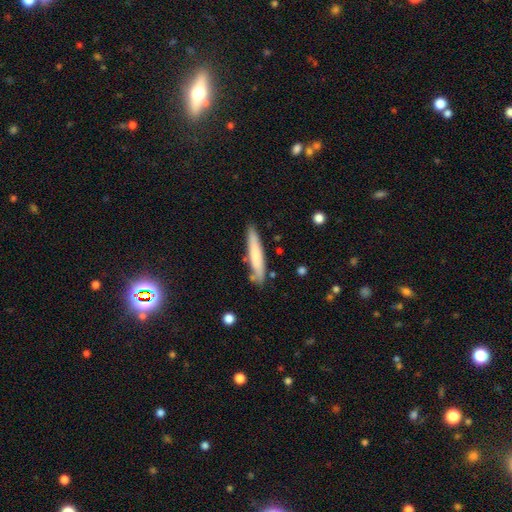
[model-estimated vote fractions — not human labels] Overall: smooth (70%). How rounded: cigar-shaped (92%). Merging: none (79%).